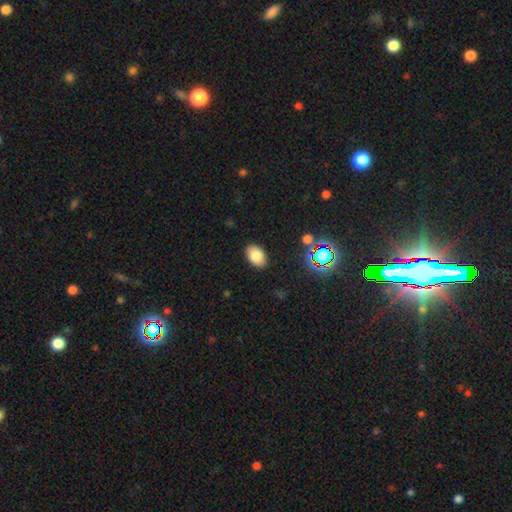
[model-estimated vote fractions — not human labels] The model was most divided on "smooth or featured": smooth: 81%, star or artifact: 10%, featured or disk: 8%. More confident: how rounded — in between (88%); merging — none (88%).